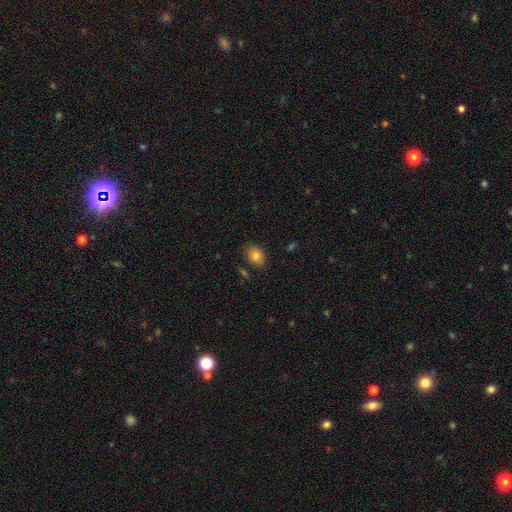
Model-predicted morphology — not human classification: This is clearly a smooth galaxy (82%). How rounded: likely in between (79%). Merging: clearly none (81%).